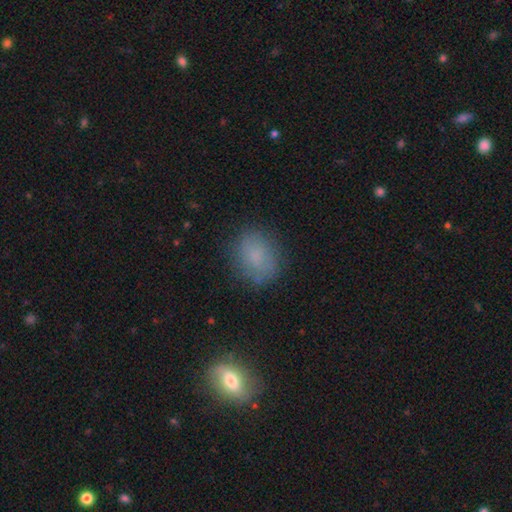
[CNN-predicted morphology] This appears to be a smooth galaxy with no disk features (75%) that is in between round and cigar-shaped (50%). Merging: none (80%).